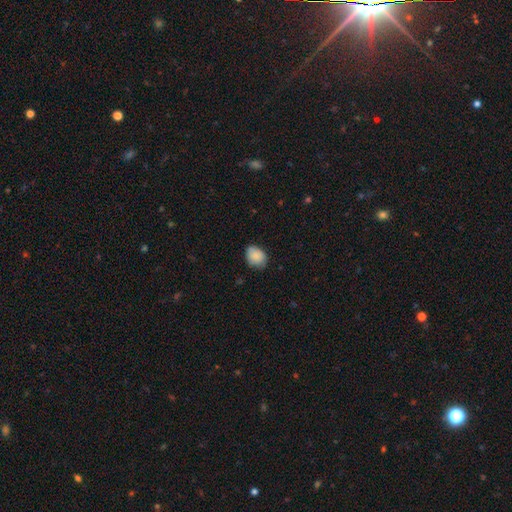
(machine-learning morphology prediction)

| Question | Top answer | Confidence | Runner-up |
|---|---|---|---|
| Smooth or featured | smooth | 86% | star or artifact (7%) |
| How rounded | in between | 58% | round (41%) |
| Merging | none | 71% | minor disturbance (25%) |